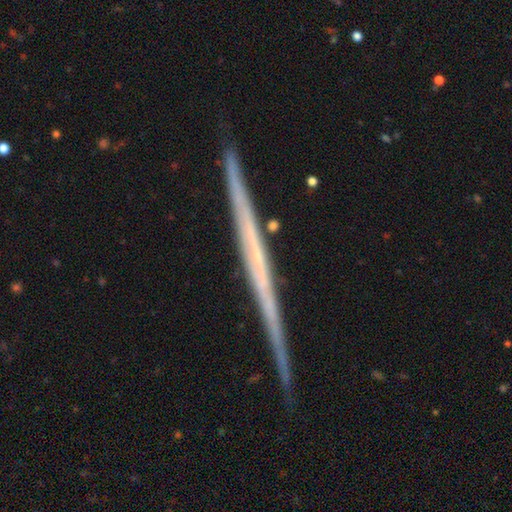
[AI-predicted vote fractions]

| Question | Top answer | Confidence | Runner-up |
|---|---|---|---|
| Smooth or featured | featured or disk | 73% | smooth (20%) |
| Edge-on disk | yes | 98% | no (2%) |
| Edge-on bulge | none | 90% | rounded (6%) |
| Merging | none | 89% | minor disturbance (8%) |